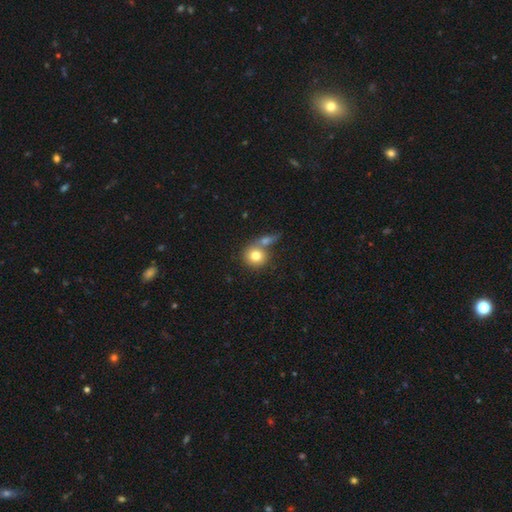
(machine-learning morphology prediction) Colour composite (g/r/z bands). It shows a smooth galaxy with no disk features (79%) that is round (87%). Merging: none (44%).